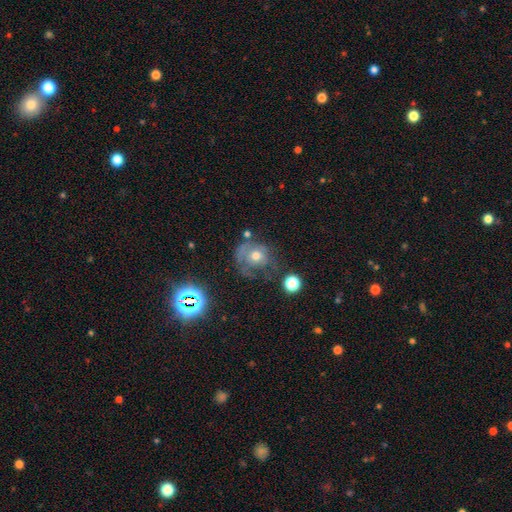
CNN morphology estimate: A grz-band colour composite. It shows a featured or disk galaxy (43%). Merging: none (42%).